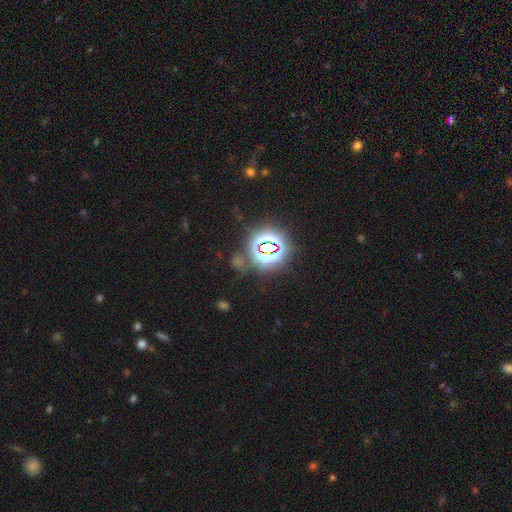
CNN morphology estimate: A star or artifact, not a galaxy (82%).